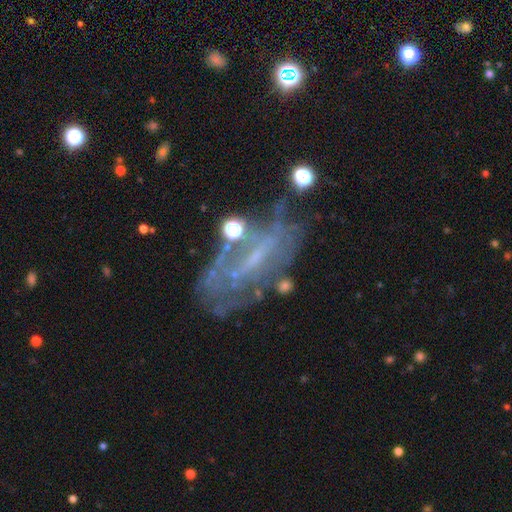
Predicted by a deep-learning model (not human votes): Smooth or featured: featured or disk — 73% (smooth — 15%)
Edge-on disk: no — 90% (yes — 10%)
Bar: weak — 41% (no — 34%)
Spiral arms: yes — 55% (no — 45%)
Bulge size: small — 48% (none — 30%)
Merging: none — 48% (major disturbance — 23%)